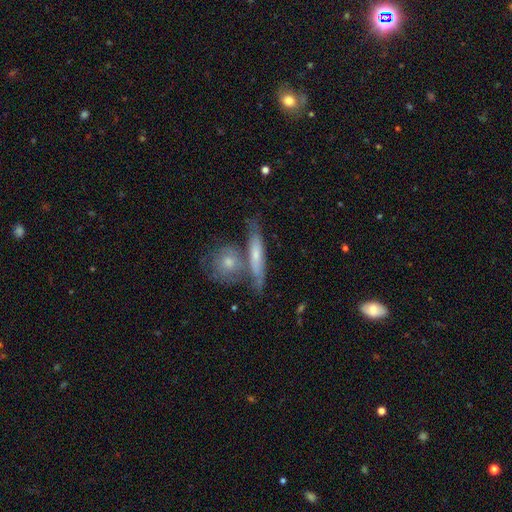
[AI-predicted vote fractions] Smooth or featured?
  - featured or disk: 49% *
  - smooth: 45%
  - star or artifact: 6%
Merging?
  - none: 52% *
  - merger: 29%
  - minor disturbance: 14%
  - major disturbance: 5%